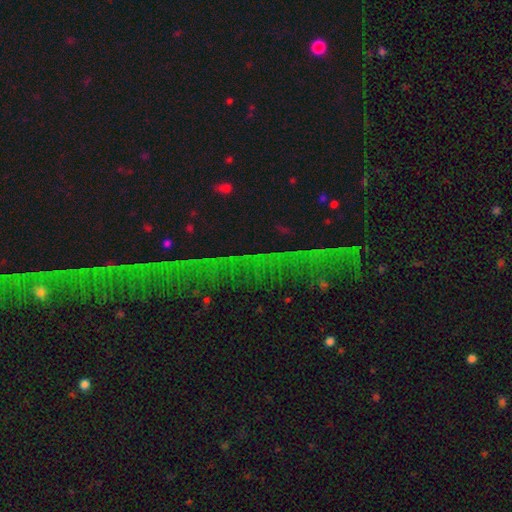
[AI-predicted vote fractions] star or artifact 79%, featured or disk 12%, smooth 9%.